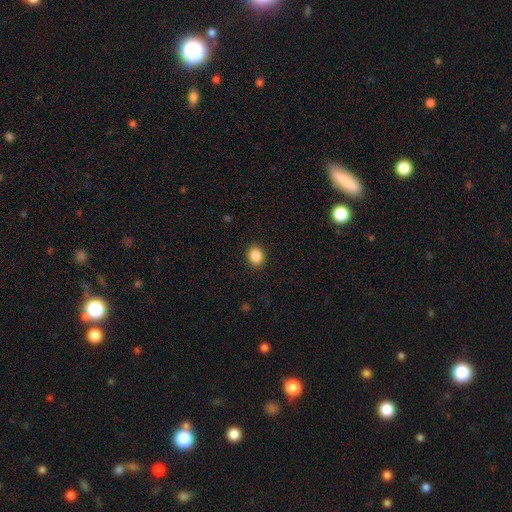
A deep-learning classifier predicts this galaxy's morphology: Smooth or featured? Predicted: smooth (p=0.88). How rounded? Predicted: round (p=0.54). Merging? Predicted: none (p=0.91).